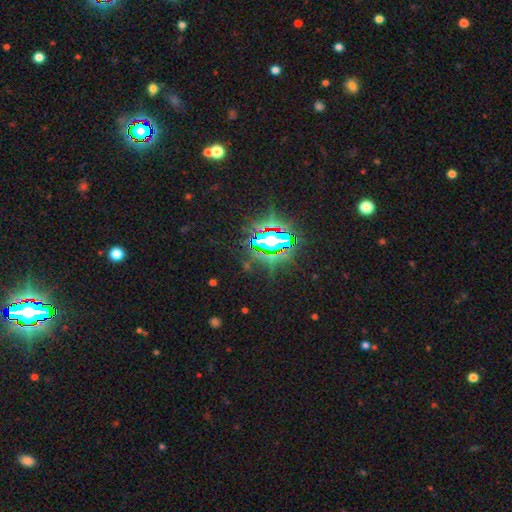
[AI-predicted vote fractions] Overall: star or artifact (83%).